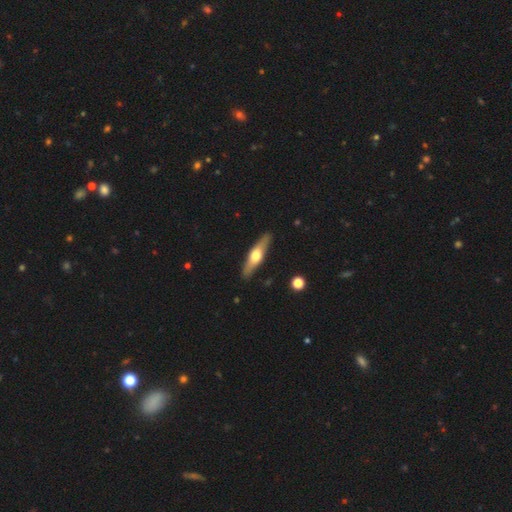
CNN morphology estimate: type=featured or disk (59%); edge-on=yes (92%); edge-on bulge=rounded (94%); merging=none (89%).